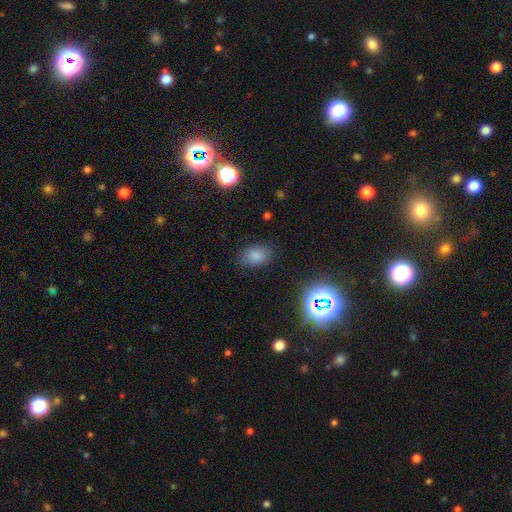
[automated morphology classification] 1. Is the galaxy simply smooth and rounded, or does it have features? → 79% smooth, 14% star or artifact, 6% featured or disk.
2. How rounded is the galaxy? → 83% in between, 16% round, 1% cigar-shaped.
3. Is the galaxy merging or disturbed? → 81% none, 14% minor disturbance, 4% major disturbance, 1% merger.